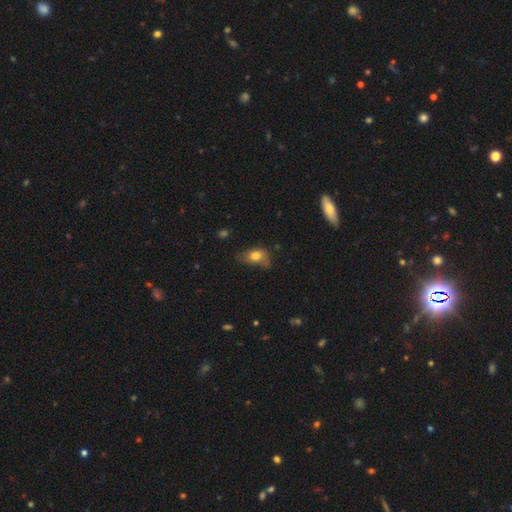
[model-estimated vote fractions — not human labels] A smooth galaxy with no disk features (75%) that is in between round and cigar-shaped (83%). Merging: none (47%).